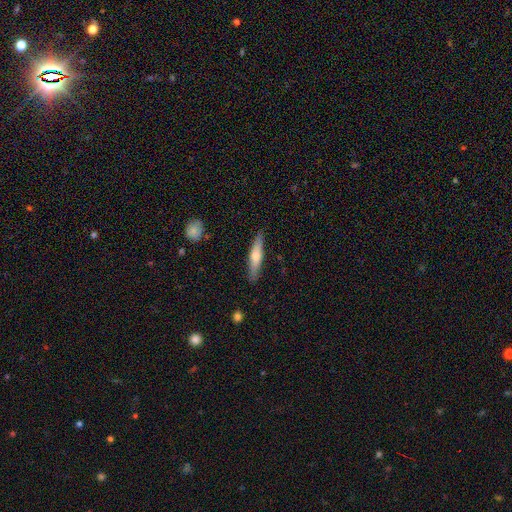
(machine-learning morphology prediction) Q: Smooth or featured?
A: featured or disk (48%); runner-up: smooth (46%)
Q: Merging?
A: none (89%); runner-up: minor disturbance (8%)